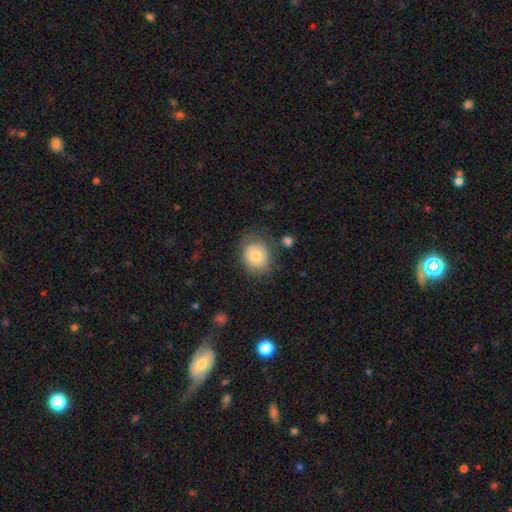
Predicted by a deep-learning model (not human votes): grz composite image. It shows a smooth galaxy with no disk features (76%) that is round (73%). Merging: none (69%).